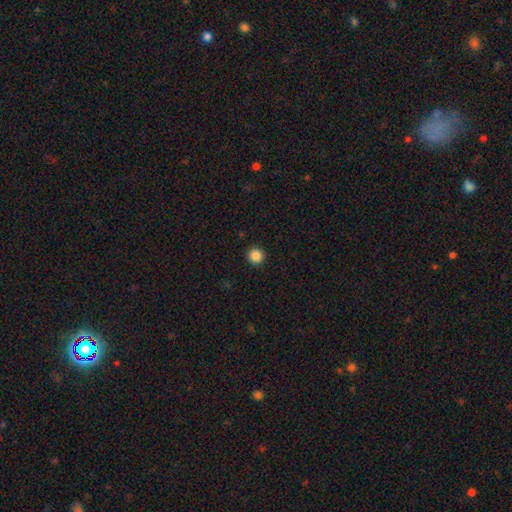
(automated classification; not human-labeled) A smooth galaxy with no disk features (87%) that is round (95%). Merging: none (93%).